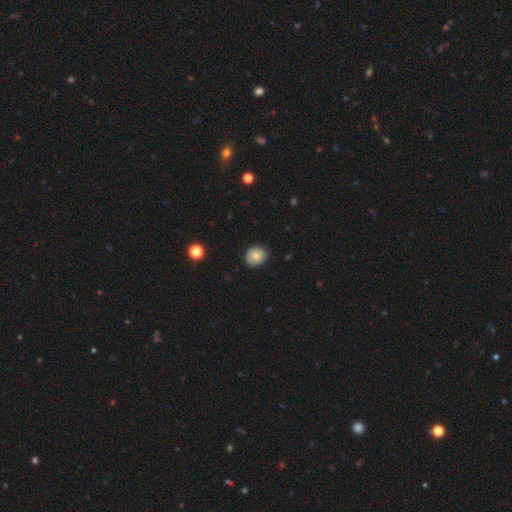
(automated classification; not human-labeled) Smooth or featured? smooth (84%)
How rounded? round (66%)
Merging? none (87%)